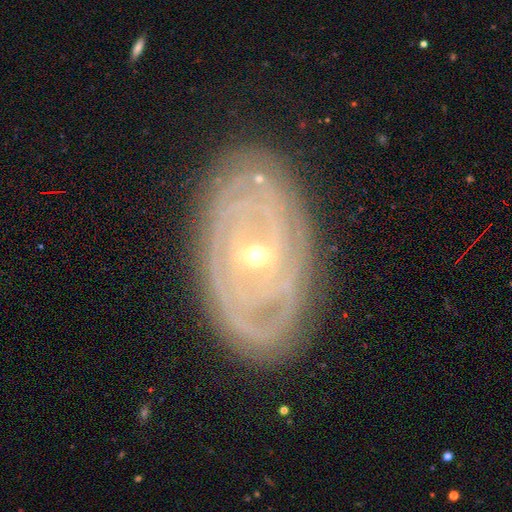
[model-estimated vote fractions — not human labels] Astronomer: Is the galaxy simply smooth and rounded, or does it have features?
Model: featured or disk — 86%.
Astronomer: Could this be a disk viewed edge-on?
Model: no — 94%.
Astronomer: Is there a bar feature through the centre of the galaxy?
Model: weak — 44% (runner-up: strong, 30%).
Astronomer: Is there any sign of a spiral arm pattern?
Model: yes — 89%.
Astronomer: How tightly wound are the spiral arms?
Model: tight — 77%.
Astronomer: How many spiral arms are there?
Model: can't tell — 37% (runner-up: 2, 26%).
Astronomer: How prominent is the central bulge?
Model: small — 62%.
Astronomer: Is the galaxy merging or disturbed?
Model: none — 81%.